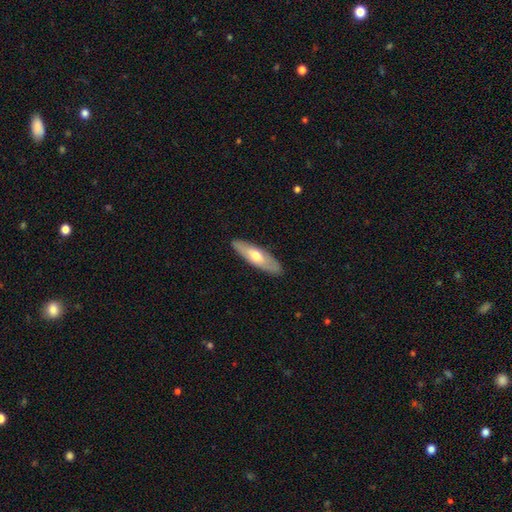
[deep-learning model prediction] Smooth or featured: smooth — 54% (featured or disk — 41%)
How rounded: cigar-shaped — 54% (in between — 44%)
Merging: none — 88% (minor disturbance — 9%)